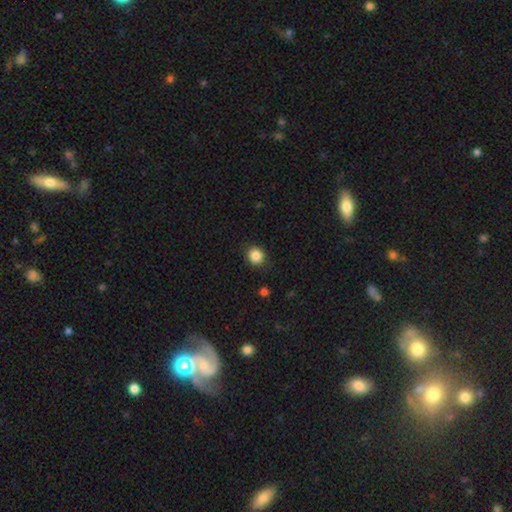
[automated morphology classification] Smooth or featured?
  - smooth: 86% *
  - star or artifact: 11%
  - featured or disk: 4%
How rounded?
  - round: 85% *
  - in between: 14%
  - cigar-shaped: 1%
Merging?
  - none: 88% *
  - minor disturbance: 8%
  - major disturbance: 2%
  - merger: 1%